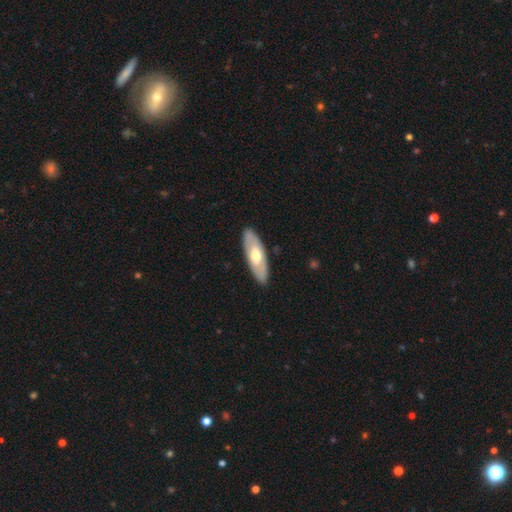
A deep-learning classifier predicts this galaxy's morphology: smooth-or-featured: featured or disk: 51% | smooth: 44% | star or artifact: 5%
  disk-edge-on: no: 70% | yes: 30%
  merging: none: 89% | minor disturbance: 8% | major disturbance: 2% | merger: 1%